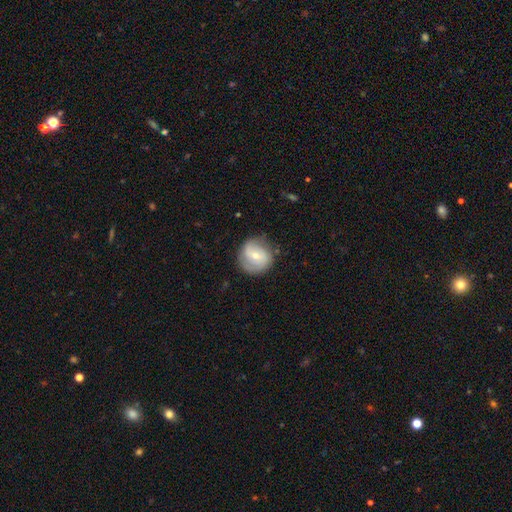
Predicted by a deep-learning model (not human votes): featured or disk 55%, smooth 38%, star or artifact 7%. Down the decision tree: edge-on disk — no (97%); bar — weak (43%); spiral arms — yes (81%); bulge size — small (56%); merging — none (74%).